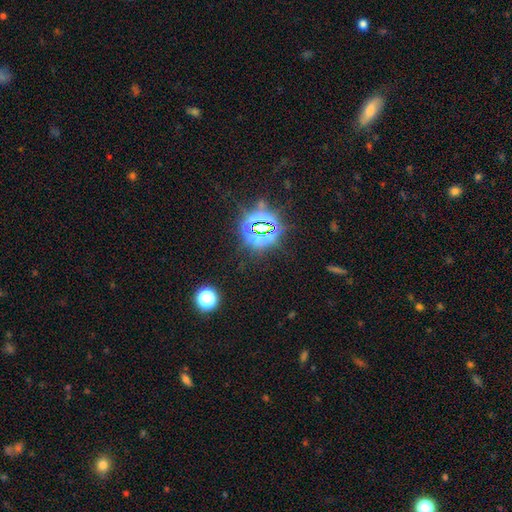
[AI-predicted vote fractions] star or artifact 80%, smooth 13%, featured or disk 8%.